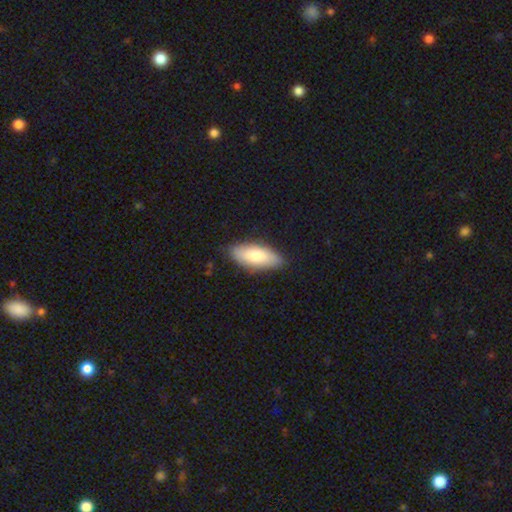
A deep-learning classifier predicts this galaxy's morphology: Overall: smooth (80%). How rounded: in between (81%). Merging: none (83%).